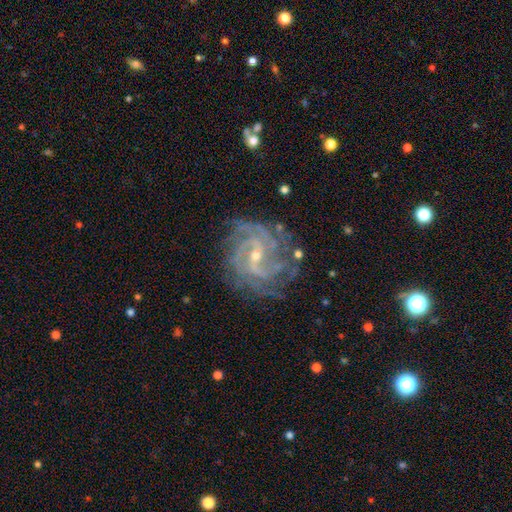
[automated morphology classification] Smooth or featured?
  - featured or disk: 91% *
  - star or artifact: 6%
  - smooth: 3%
Edge-on disk?
  - no: 97% *
  - yes: 3%
Bar?
  - weak: 50% *
  - strong: 26%
  - no: 23%
Spiral arms?
  - yes: 98% *
  - no: 2%
Spiral winding?
  - tight: 60% *
  - medium: 34%
  - loose: 6%
Spiral arm count?
  - 4: 23% *
  - 3: 22%
  - 2: 19%
  - can't tell: 19%
  - more than 4: 10%
  - 1: 7%
Bulge size?
  - small: 66% *
  - moderate: 31%
  - none: 1%
  - large: 1%
  - dominant: 1%
Merging?
  - none: 75% *
  - minor disturbance: 16%
  - major disturbance: 7%
  - merger: 2%